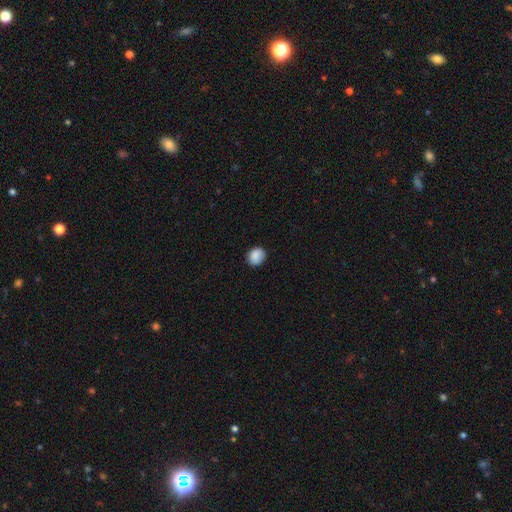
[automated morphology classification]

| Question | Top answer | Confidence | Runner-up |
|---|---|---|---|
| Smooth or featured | smooth | 88% | star or artifact (8%) |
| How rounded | round | 68% | in between (31%) |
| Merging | none | 86% | minor disturbance (11%) |